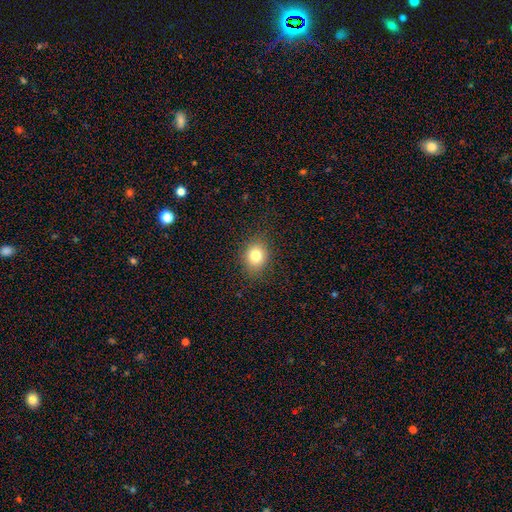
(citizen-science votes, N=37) Smooth or featured? 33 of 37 (89%) said smooth. How rounded? 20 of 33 (61%) said round. Merging? 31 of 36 (86%) said none.